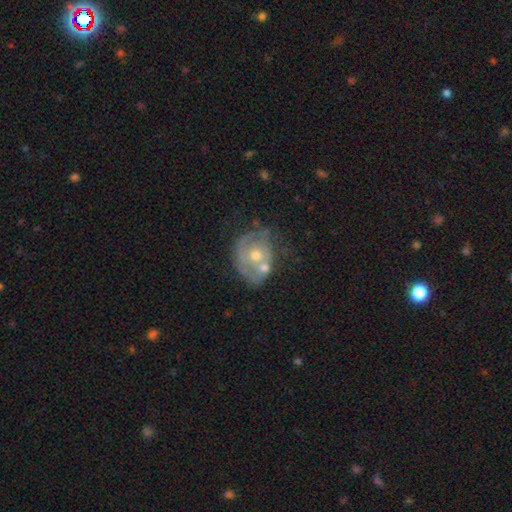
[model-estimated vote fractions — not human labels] Smooth or featured?
  - featured or disk: 63% *
  - smooth: 29%
  - star or artifact: 8%
Edge-on disk?
  - no: 97% *
  - yes: 3%
Bar?
  - no: 83% *
  - weak: 14%
  - strong: 3%
Spiral arms?
  - no: 51% *
  - yes: 49%
Bulge size?
  - moderate: 68% *
  - small: 26%
  - large: 3%
  - none: 2%
  - dominant: 1%
Merging?
  - none: 38% *
  - merger: 26%
  - minor disturbance: 22%
  - major disturbance: 13%